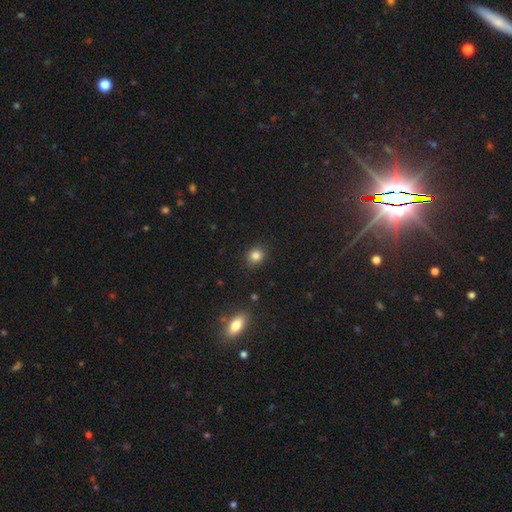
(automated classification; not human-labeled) A smooth galaxy with no disk features (83%) that is round (73%). Merging: none (89%).